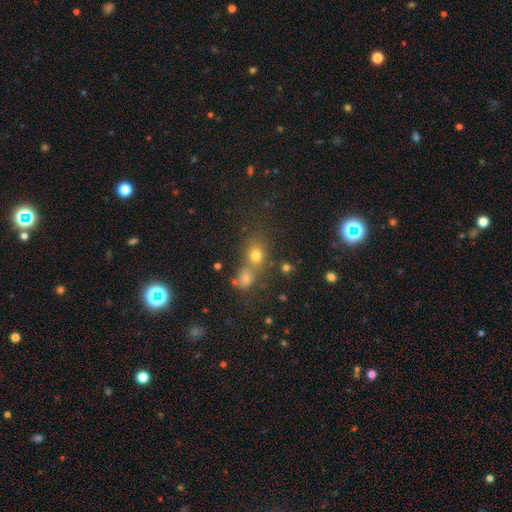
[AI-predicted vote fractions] Smooth or featured: smooth — 54% (star or artifact — 33%)
How rounded: round — 78% (in between — 20%)
Merging: none — 44% (merger — 43%)